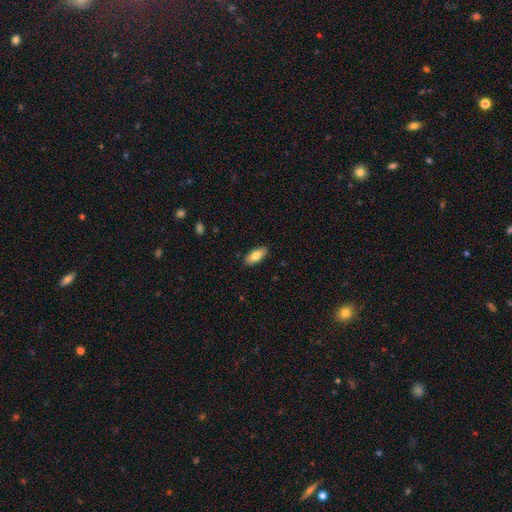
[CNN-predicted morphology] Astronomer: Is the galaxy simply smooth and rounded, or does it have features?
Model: smooth — 75%.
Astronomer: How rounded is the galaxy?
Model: in between — 81%.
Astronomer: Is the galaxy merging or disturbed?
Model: none — 89%.